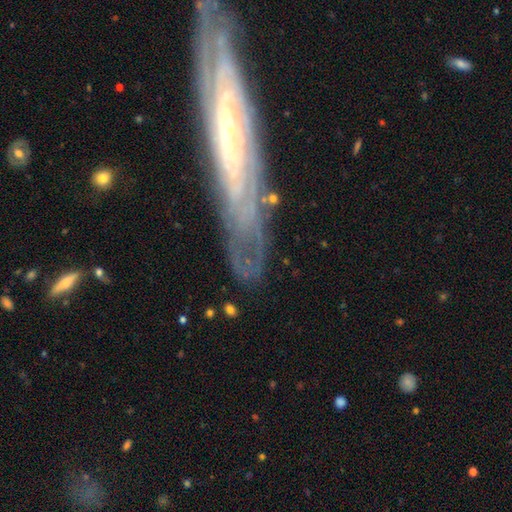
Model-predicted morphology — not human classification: This is clearly a featured or disk galaxy (80%). It is possibly not viewed edge-on (56%). Merging: clearly none (81%).